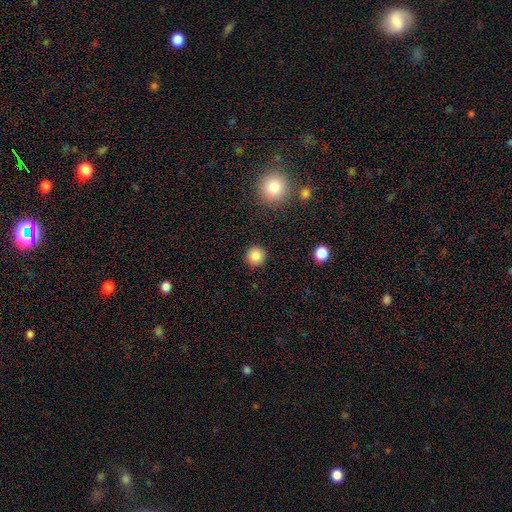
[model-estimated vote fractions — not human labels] A smooth galaxy with no disk features (86%) that is round (95%).

Vote fractions:
- Smooth or featured? smooth: 86% / star or artifact: 10% / featured or disk: 4%
- How rounded? round: 95% / in between: 4% / cigar-shaped: 1%
- Merging? none: 91% / minor disturbance: 6% / major disturbance: 2% / merger: 1%